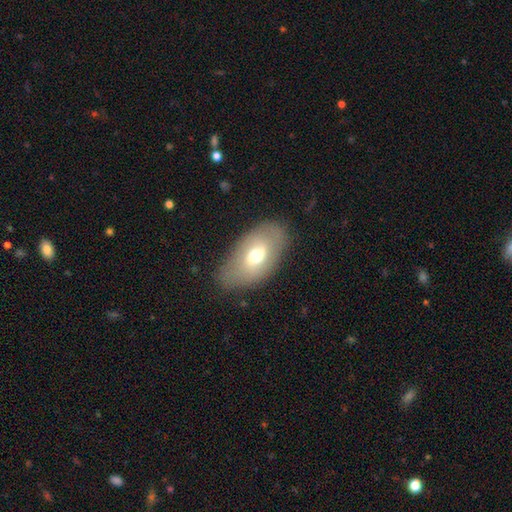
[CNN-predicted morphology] The model was most divided on "smooth or featured": smooth: 57%, featured or disk: 35%, star or artifact: 8%. More confident: how rounded — in between (92%); merging — none (78%).